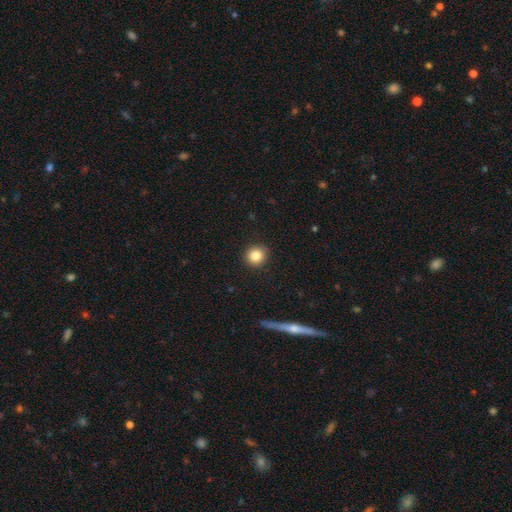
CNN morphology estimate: Q: Smooth or featured?
A: smooth (85%); runner-up: star or artifact (10%)
Q: How rounded?
A: round (89%); runner-up: in between (10%)
Q: Merging?
A: none (91%); runner-up: minor disturbance (6%)